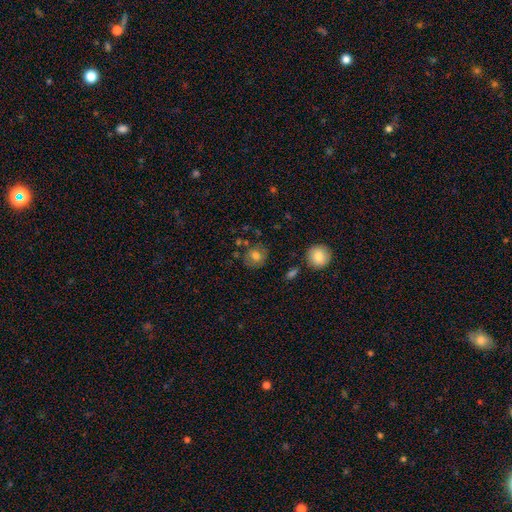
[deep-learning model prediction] A smooth galaxy with no disk features (74%) that is round (75%). Merging: none (74%).